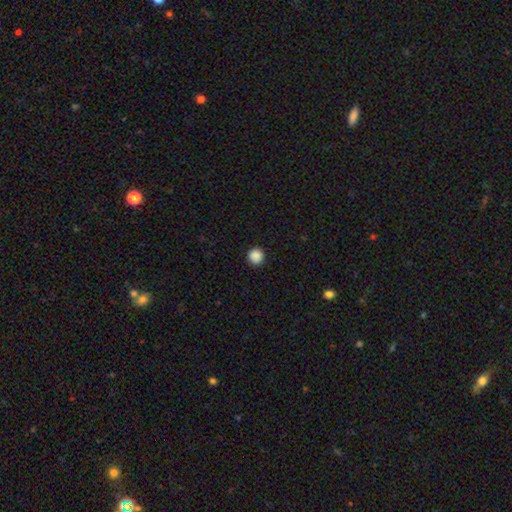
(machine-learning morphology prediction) smooth-or-featured: smooth: 88% | star or artifact: 9% | featured or disk: 2%
  how-rounded: round: 95% | in between: 4% | cigar-shaped: 1%
  merging: none: 93% | minor disturbance: 5% | major disturbance: 2% | merger: 1%